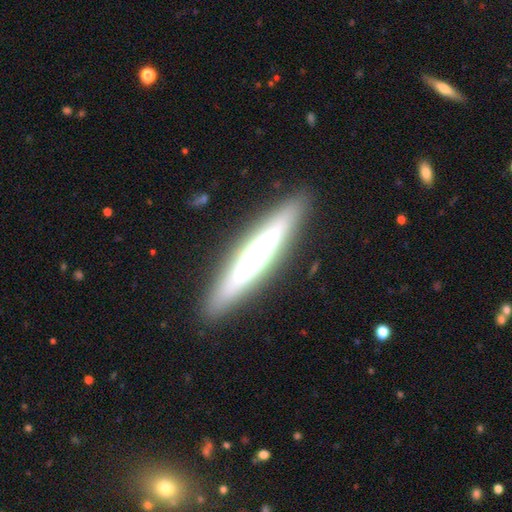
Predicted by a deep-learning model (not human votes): Smooth or featured? Predicted: featured or disk (p=0.65). Edge-on disk? Predicted: yes (p=0.92). Edge-on bulge? Predicted: rounded (p=0.59). Merging? Predicted: none (p=0.88).